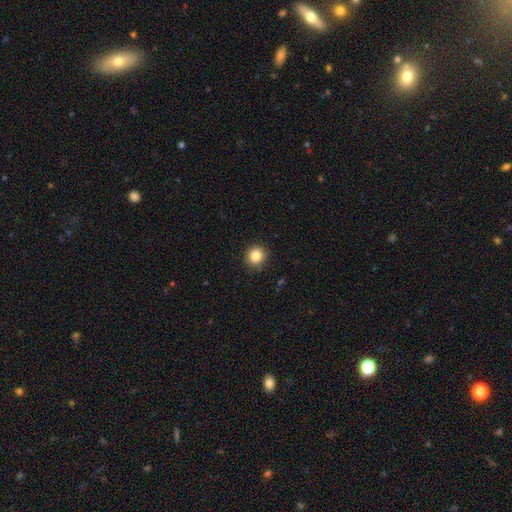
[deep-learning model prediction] The model was most divided on "smooth or featured": smooth: 83%, star or artifact: 11%, featured or disk: 6%. More confident: how rounded — round (92%); merging — none (89%).